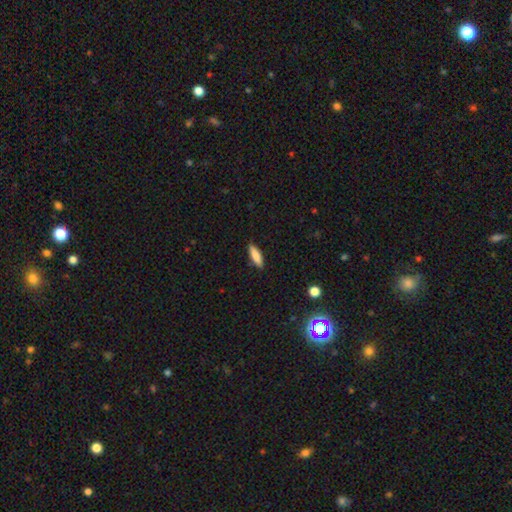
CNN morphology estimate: Overall: smooth (83%). How rounded: cigar-shaped (56%; in between 42%). Merging: none (89%).